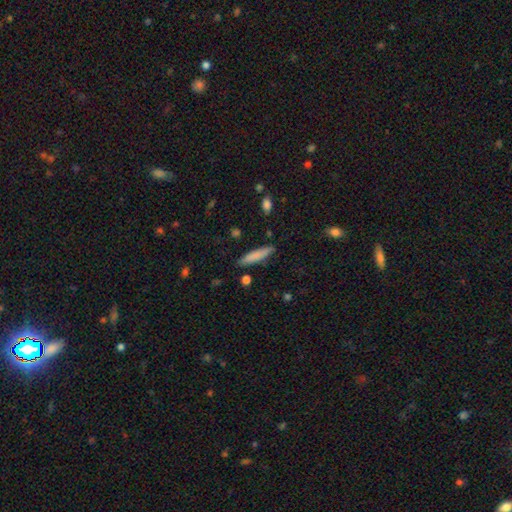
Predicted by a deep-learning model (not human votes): smooth-or-featured: smooth: 81% | featured or disk: 13% | star or artifact: 6%
  how-rounded: cigar-shaped: 84% | in between: 15% | round: 1%
  merging: none: 85% | minor disturbance: 11% | merger: 2% | major disturbance: 2%